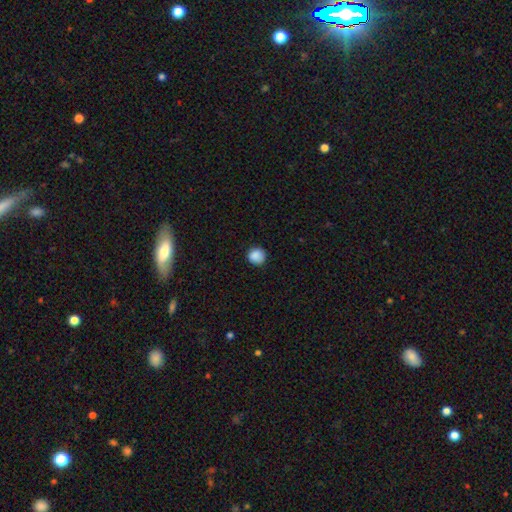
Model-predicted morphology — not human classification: type=smooth (88%); roundness=round (91%); merging=none (87%).